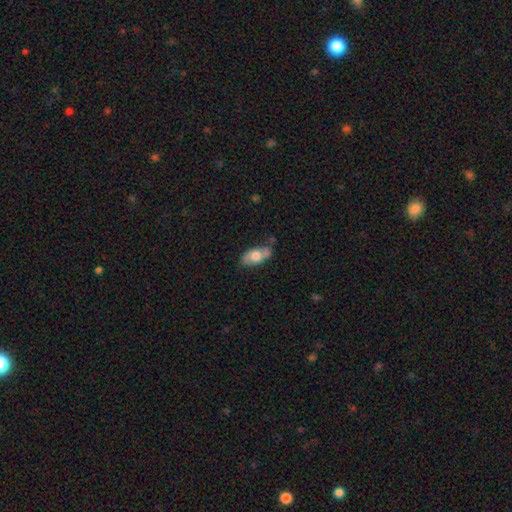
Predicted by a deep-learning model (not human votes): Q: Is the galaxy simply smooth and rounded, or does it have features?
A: smooth — 69%.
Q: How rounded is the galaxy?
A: in between — 88%.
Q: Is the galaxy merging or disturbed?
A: none — 59%.